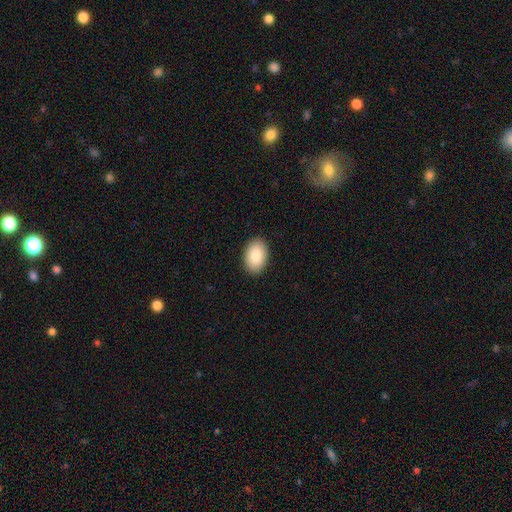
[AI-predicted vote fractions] A smooth galaxy with no disk features (88%) that is in between round and cigar-shaped (90%).

Vote fractions:
- Smooth or featured? smooth: 88% / featured or disk: 6% / star or artifact: 6%
- How rounded? in between: 90% / round: 9% / cigar-shaped: 1%
- Merging? none: 90% / minor disturbance: 7% / major disturbance: 2% / merger: 1%